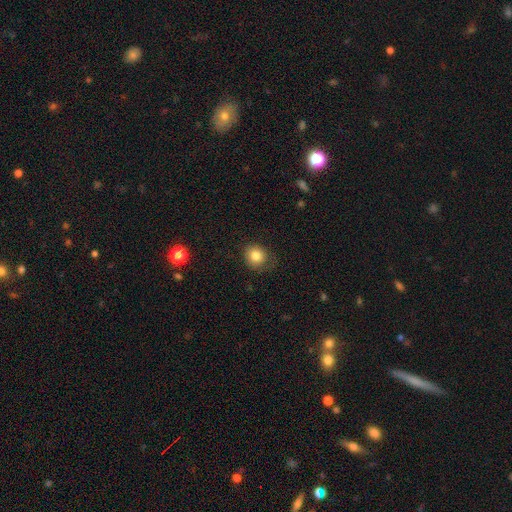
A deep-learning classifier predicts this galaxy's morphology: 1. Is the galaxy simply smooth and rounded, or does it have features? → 82% smooth, 11% star or artifact, 7% featured or disk.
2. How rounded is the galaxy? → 83% round, 16% in between, 1% cigar-shaped.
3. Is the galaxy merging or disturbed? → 76% none, 18% minor disturbance, 5% major disturbance, 1% merger.